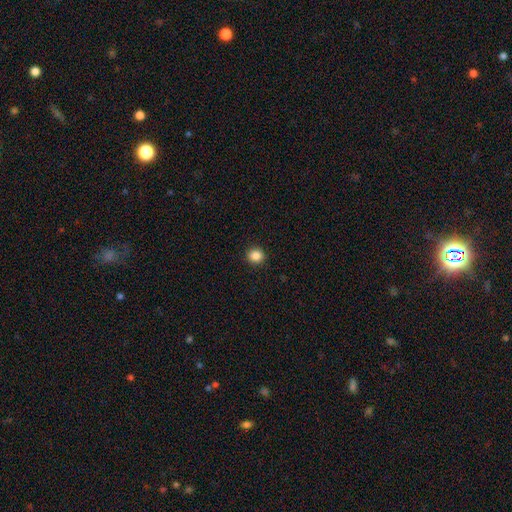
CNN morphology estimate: This appears to be a smooth galaxy with no disk features (86%) that is round (87%). Merging: none (92%).